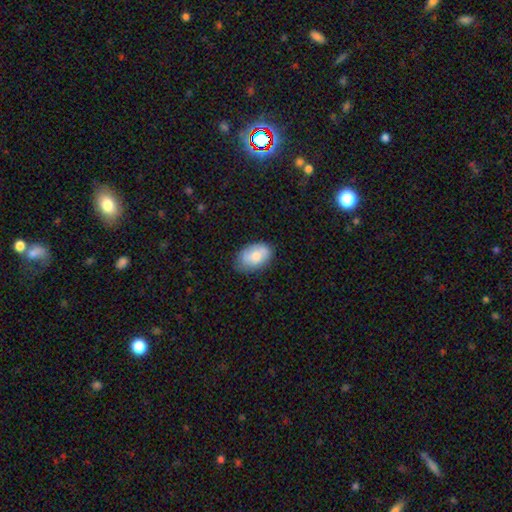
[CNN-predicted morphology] smooth-or-featured: smooth: 76% | featured or disk: 18% | star or artifact: 7%
  how-rounded: in between: 89% | round: 9% | cigar-shaped: 1%
  merging: none: 72% | minor disturbance: 22% | major disturbance: 4% | merger: 1%